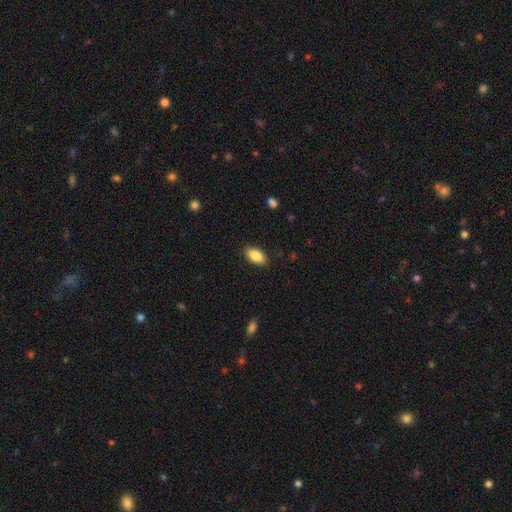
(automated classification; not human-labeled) Smooth or featured? Predicted: smooth (p=0.88). How rounded? Predicted: in between (p=0.93). Merging? Predicted: none (p=0.88).